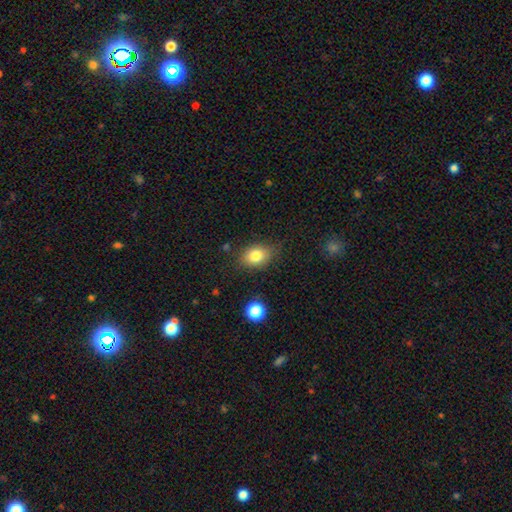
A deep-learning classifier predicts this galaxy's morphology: Smooth or featured: smooth — 81% (star or artifact — 10%)
How rounded: in between — 73% (round — 25%)
Merging: none — 79% (minor disturbance — 15%)